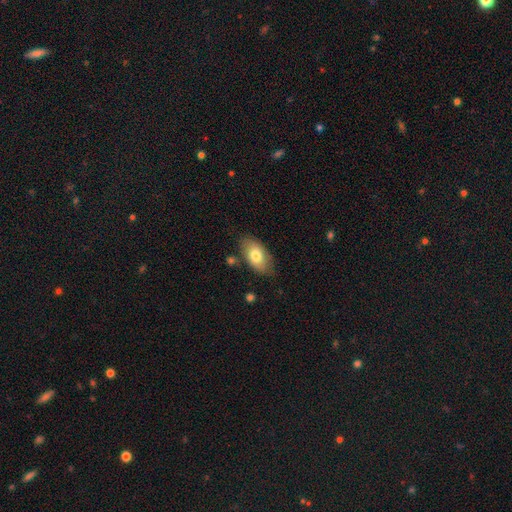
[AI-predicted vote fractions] smooth-or-featured: smooth: 76% | featured or disk: 18% | star or artifact: 6%
  how-rounded: in between: 93% | round: 4% | cigar-shaped: 3%
  merging: none: 77% | minor disturbance: 16% | major disturbance: 4% | merger: 3%